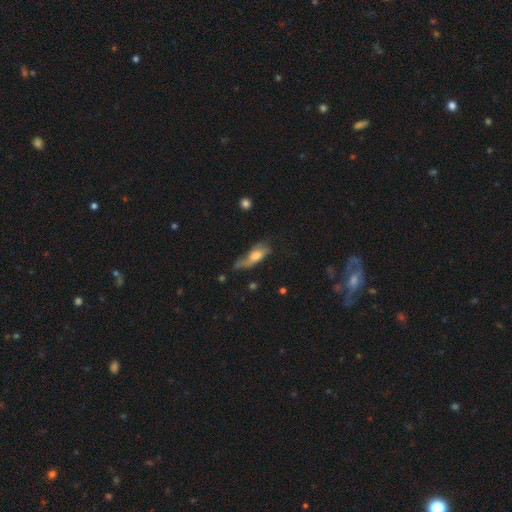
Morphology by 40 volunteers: Smooth or featured?
  - smooth: 45% * (tied)
  - featured or disk: 45% * (tied)
  - star or artifact: 10%
How rounded?
  - in between: 50% *
  - cigar-shaped: 44%
  - round: 6%
Merging?
  - none: 44% *
  - minor disturbance: 31%
  - major disturbance: 17%
  - merger: 8%